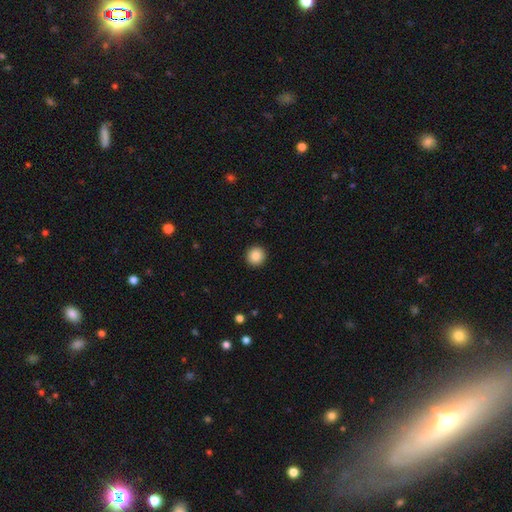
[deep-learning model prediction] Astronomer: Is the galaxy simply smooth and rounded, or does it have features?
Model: smooth — 88%.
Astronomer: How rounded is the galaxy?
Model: round — 94%.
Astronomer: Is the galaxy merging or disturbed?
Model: none — 93%.